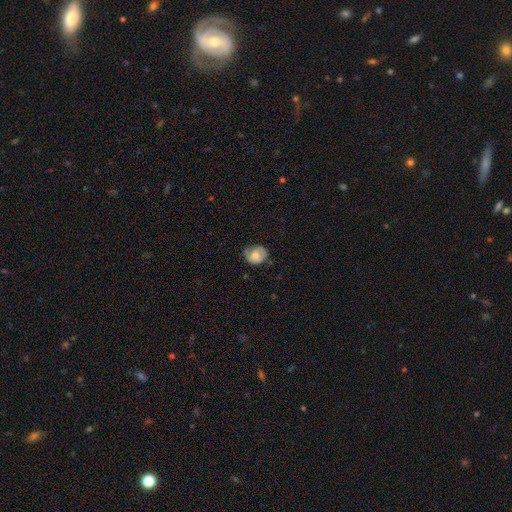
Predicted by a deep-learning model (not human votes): Morphology: type=smooth (64%); roundness=round (67%); merging=none (60%).